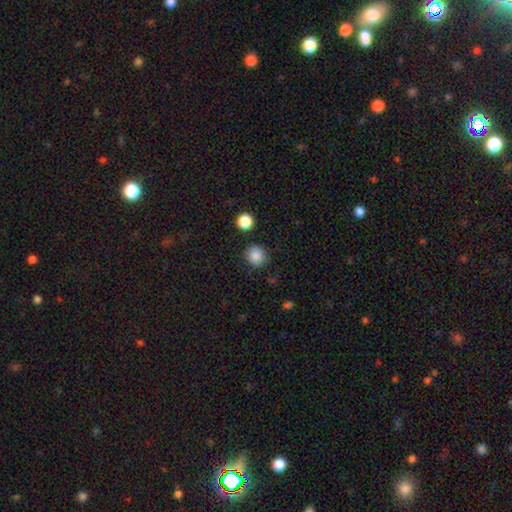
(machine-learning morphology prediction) A smooth galaxy with no disk features (86%) that is round (90%). Merging: none (86%).